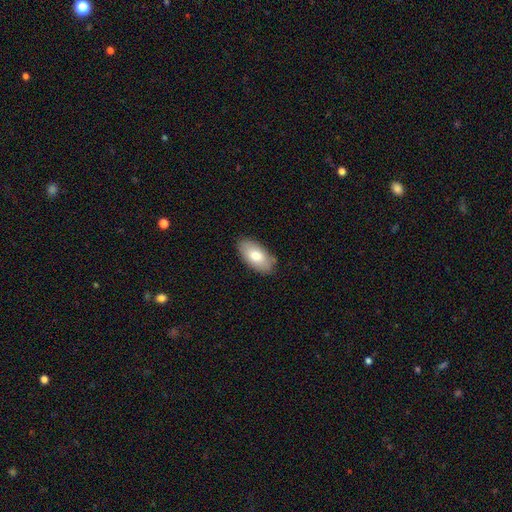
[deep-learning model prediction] The model was most divided on "smooth or featured": smooth: 77%, featured or disk: 17%, star or artifact: 6%. More confident: how rounded — in between (94%); merging — none (85%).